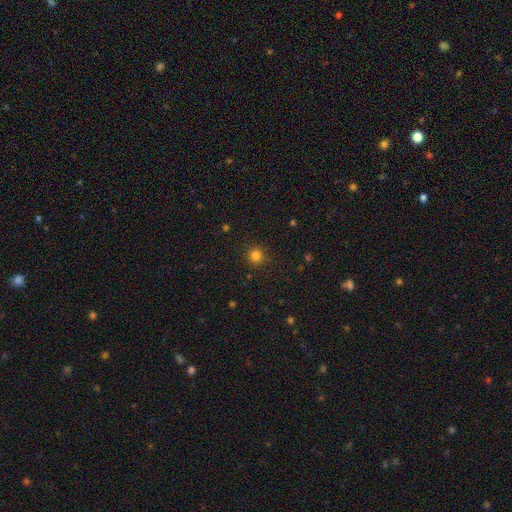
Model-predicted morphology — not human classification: Smooth or featured: smooth — 82% (star or artifact — 14%)
How rounded: round — 92% (in between — 7%)
Merging: none — 90% (minor disturbance — 7%)